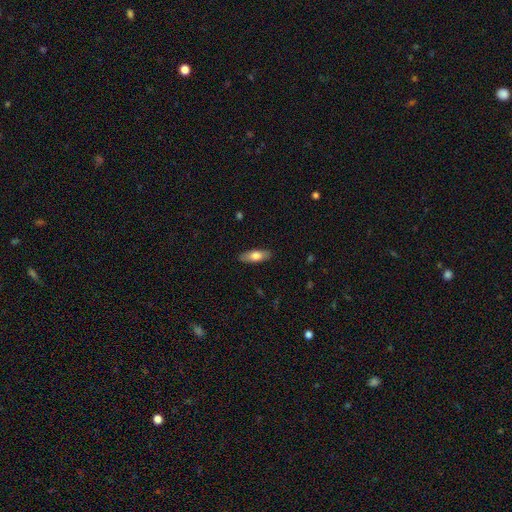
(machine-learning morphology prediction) A smooth galaxy with no disk features (72%) that is in between round and cigar-shaped (69%).

Vote fractions:
- Smooth or featured? smooth: 72% / featured or disk: 22% / star or artifact: 6%
- How rounded? in between: 69% / cigar-shaped: 28% / round: 2%
- Merging? none: 88% / minor disturbance: 9% / major disturbance: 2% / merger: 1%